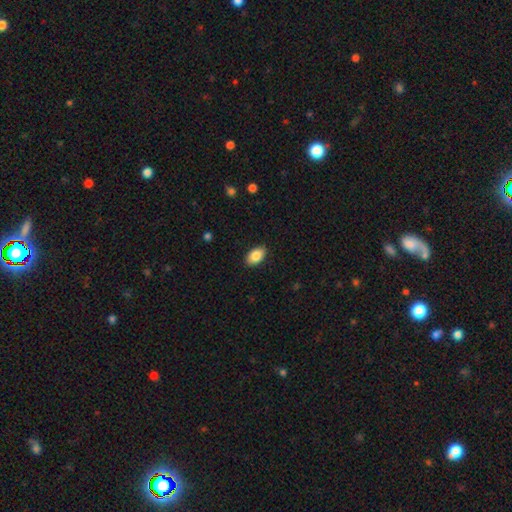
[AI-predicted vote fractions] Overall: smooth (87%). How rounded: in between (92%). Merging: none (88%).